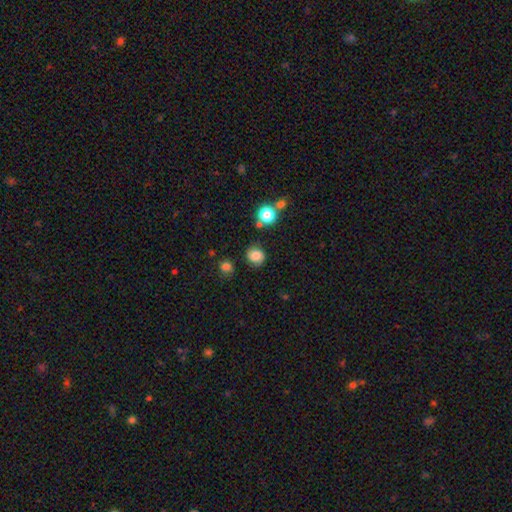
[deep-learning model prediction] Q: Smooth or featured?
A: smooth (77%); runner-up: star or artifact (12%)
Q: How rounded?
A: round (84%); runner-up: in between (15%)
Q: Merging?
A: none (77%); runner-up: minor disturbance (15%)